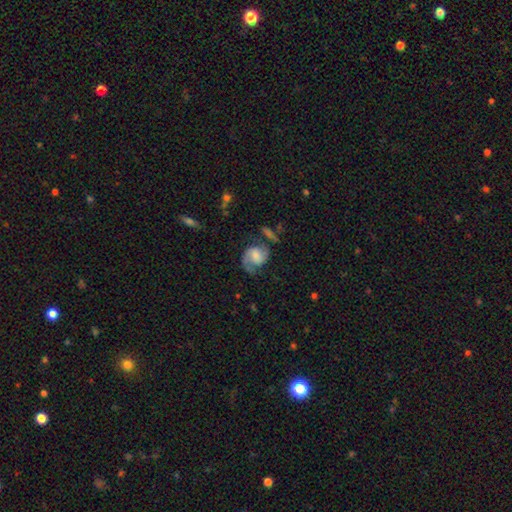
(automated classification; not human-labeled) Smooth or featured? featured or disk (81%)
Edge-on disk? no (98%)
Bar? no (56%)
Spiral arms? yes (96%)
Spiral winding? medium (51%)
Spiral arm count? 2 (83%)
Bulge size? moderate (40%)
Merging? none (63%)